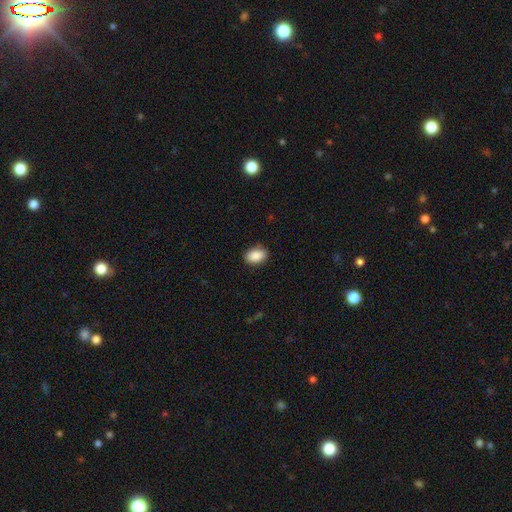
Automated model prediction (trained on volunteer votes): The model was most divided on "how rounded": in between: 87%, round: 11%, cigar-shaped: 1%. More confident: smooth or featured — smooth (89%); merging — none (87%).